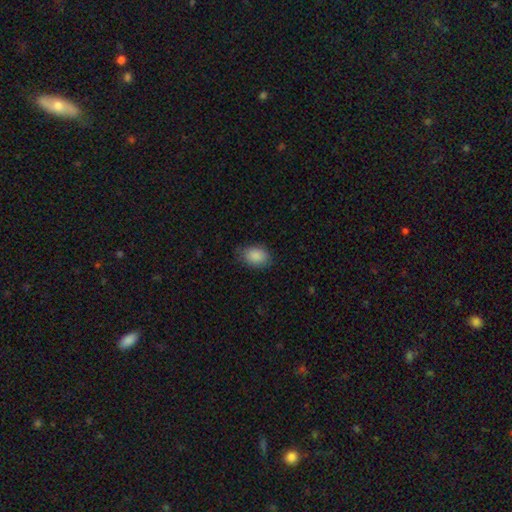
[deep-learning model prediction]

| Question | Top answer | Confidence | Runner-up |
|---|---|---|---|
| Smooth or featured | smooth | 88% | star or artifact (7%) |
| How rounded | in between | 74% | round (24%) |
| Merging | none | 75% | minor disturbance (20%) |